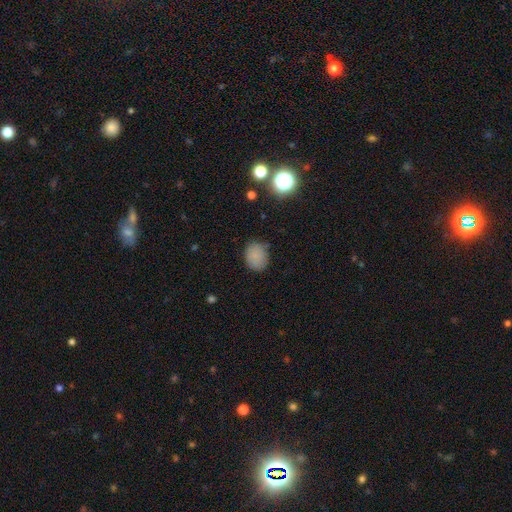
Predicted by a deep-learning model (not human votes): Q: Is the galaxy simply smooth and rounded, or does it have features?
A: smooth — 81%.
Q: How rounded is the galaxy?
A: in between — 50%.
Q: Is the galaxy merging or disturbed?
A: none — 76%.